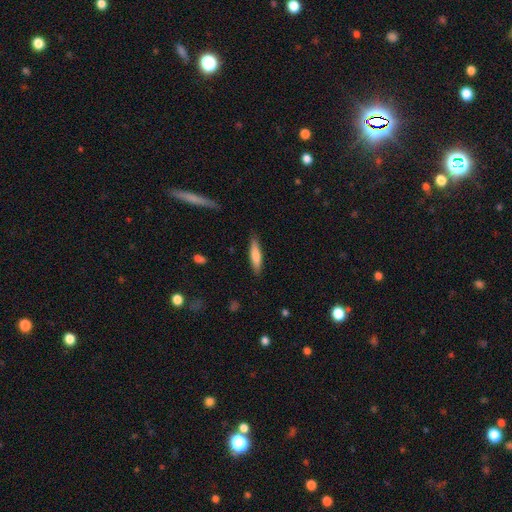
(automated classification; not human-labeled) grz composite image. It shows a smooth galaxy with no disk features (73%) that is cigar-shaped (80%). Merging: none (87%).